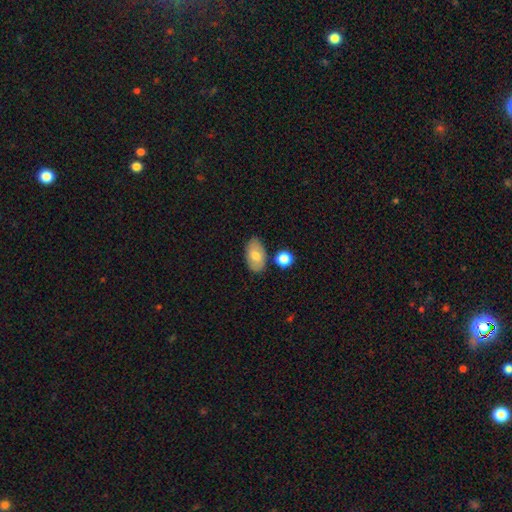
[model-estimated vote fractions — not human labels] Smooth or featured? smooth (73%)
How rounded? in between (92%)
Merging? none (77%)